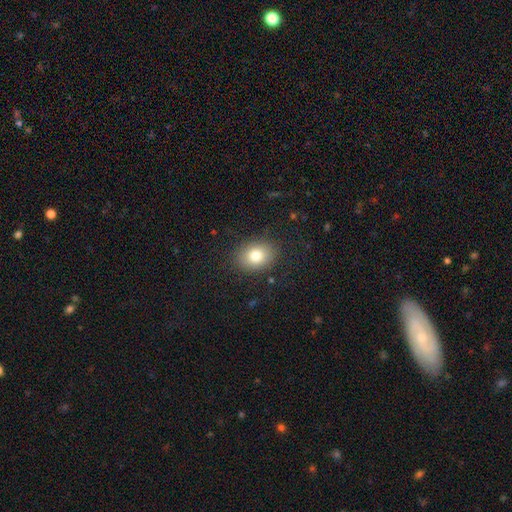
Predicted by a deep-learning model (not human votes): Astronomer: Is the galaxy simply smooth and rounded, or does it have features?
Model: smooth — 81%.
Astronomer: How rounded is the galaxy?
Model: in between — 62%.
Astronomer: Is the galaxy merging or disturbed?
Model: none — 85%.